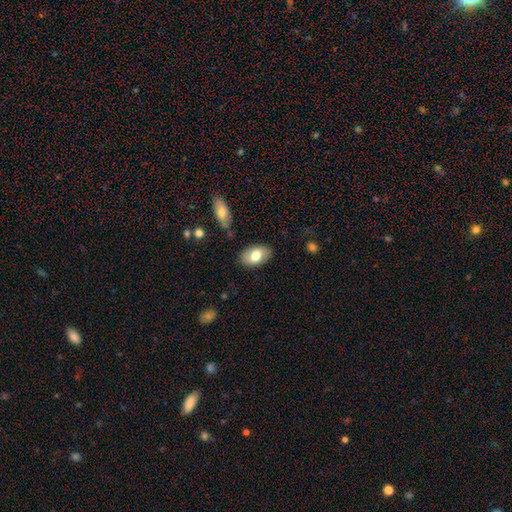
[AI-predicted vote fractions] smooth-or-featured: smooth: 73% | featured or disk: 21% | star or artifact: 6%
  how-rounded: in between: 93% | round: 6% | cigar-shaped: 1%
  merging: none: 82% | minor disturbance: 13% | major disturbance: 3% | merger: 2%